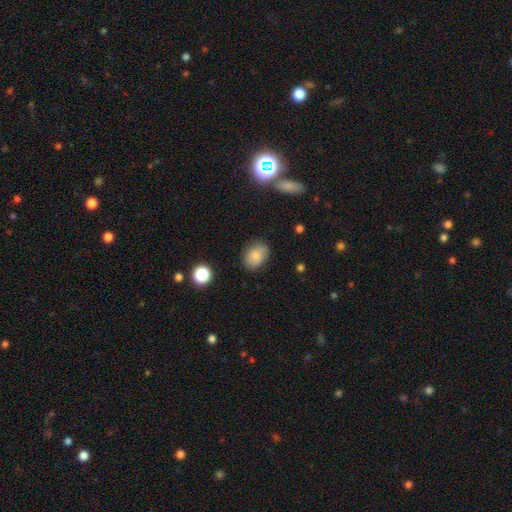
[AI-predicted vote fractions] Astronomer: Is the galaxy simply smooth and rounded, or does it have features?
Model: smooth — 79%.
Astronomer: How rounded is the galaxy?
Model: in between — 77%.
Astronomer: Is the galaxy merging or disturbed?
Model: none — 78%.